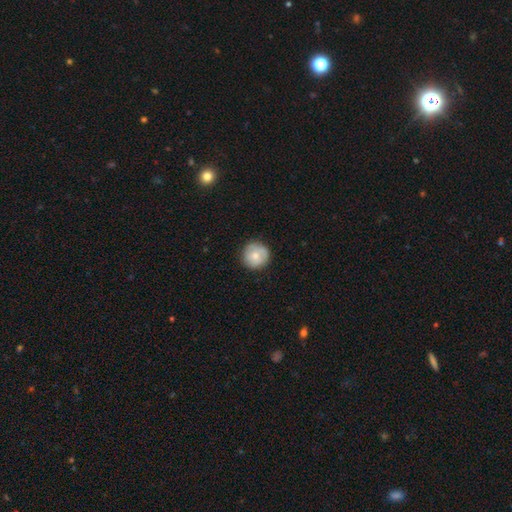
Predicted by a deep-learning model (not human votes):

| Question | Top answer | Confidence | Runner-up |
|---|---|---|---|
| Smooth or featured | smooth | 68% | featured or disk (25%) |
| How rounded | round | 95% | in between (4%) |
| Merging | none | 85% | minor disturbance (11%) |